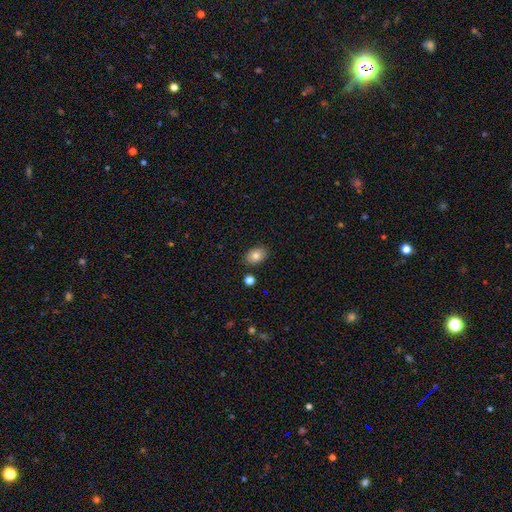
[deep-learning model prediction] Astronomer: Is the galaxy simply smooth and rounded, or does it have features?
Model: smooth — 82%.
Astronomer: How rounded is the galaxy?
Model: in between — 80%.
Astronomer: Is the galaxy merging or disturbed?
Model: none — 85%.